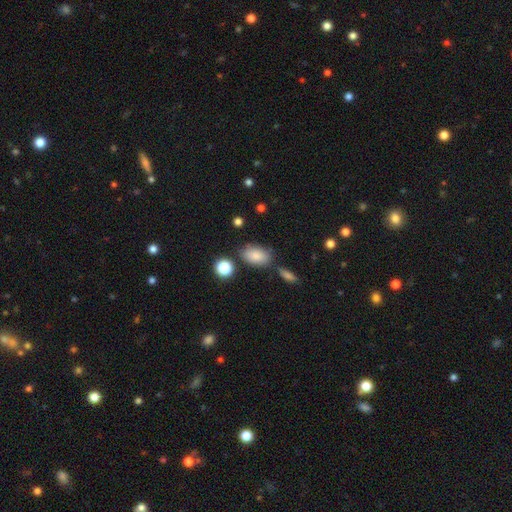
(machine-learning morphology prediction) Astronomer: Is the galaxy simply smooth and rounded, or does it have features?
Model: smooth — 84%.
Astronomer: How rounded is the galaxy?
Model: in between — 89%.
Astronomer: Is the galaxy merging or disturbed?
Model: none — 72%.